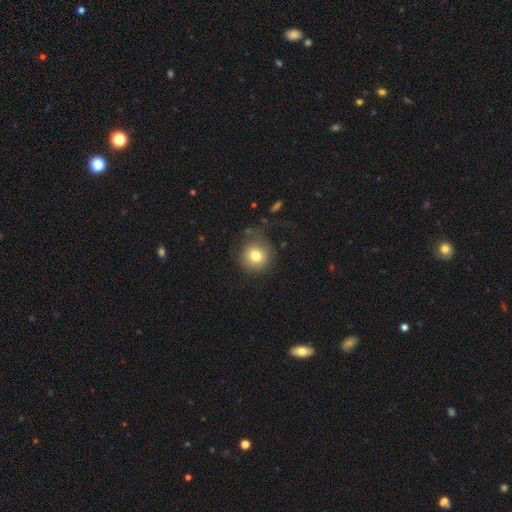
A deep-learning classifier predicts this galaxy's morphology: Smooth or featured? Predicted: smooth (p=0.78). How rounded? Predicted: round (p=0.92). Merging? Predicted: none (p=0.73).